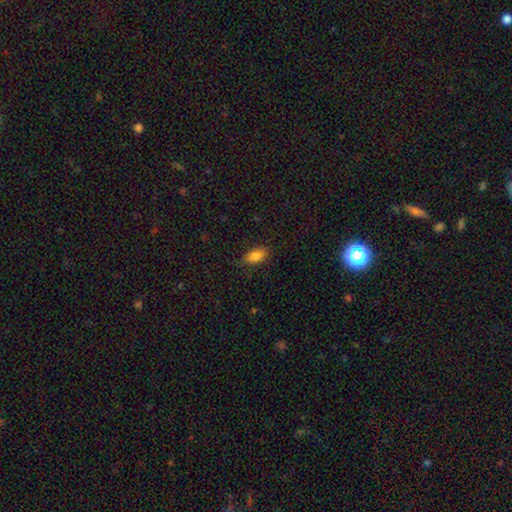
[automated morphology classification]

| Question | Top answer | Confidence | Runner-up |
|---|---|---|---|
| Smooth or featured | smooth | 82% | featured or disk (10%) |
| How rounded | in between | 87% | cigar-shaped (8%) |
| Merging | none | 80% | minor disturbance (16%) |